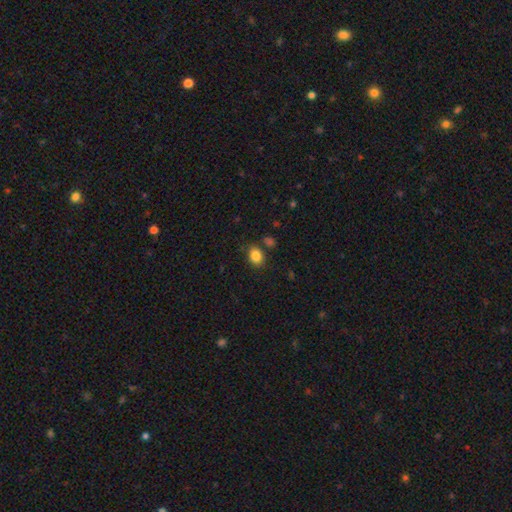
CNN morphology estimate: Smooth or featured?
  - smooth: 85% *
  - star or artifact: 10%
  - featured or disk: 5%
How rounded?
  - in between: 63% *
  - round: 36%
  - cigar-shaped: 1%
Merging?
  - none: 77% *
  - minor disturbance: 12%
  - merger: 7%
  - major disturbance: 4%